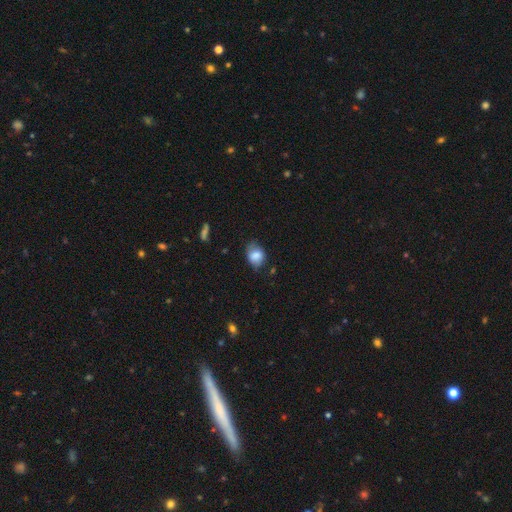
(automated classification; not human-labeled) A smooth galaxy with no disk features (76%) that is in between round and cigar-shaped (66%). Merging: none (61%).